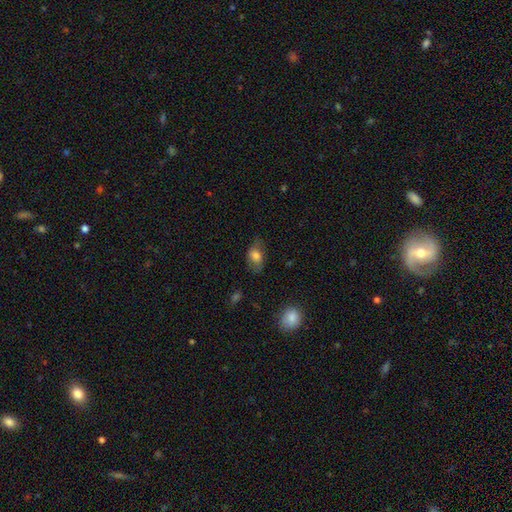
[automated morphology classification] A smooth galaxy with no disk features (74%) that is in between round and cigar-shaped (86%). Merging: none (68%).